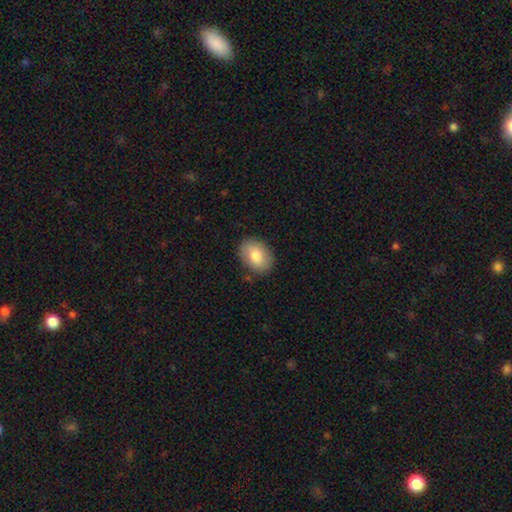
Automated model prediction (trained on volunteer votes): Q: Smooth or featured?
A: smooth (75%); runner-up: featured or disk (18%)
Q: How rounded?
A: in between (72%); runner-up: round (27%)
Q: Merging?
A: none (84%); runner-up: minor disturbance (12%)